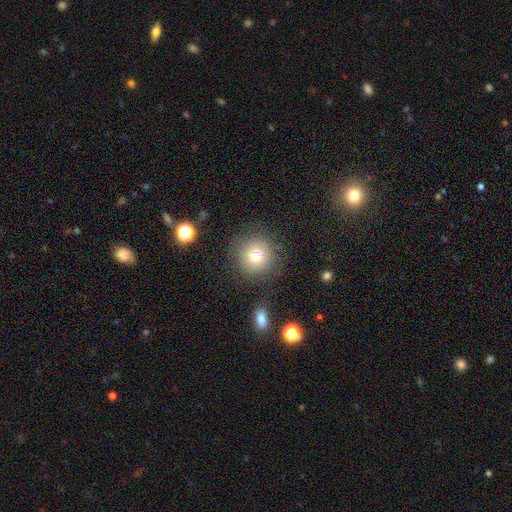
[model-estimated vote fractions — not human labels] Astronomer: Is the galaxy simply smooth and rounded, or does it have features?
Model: smooth — 76%.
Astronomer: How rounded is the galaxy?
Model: round — 93%.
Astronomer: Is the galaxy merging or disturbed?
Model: none — 82%.